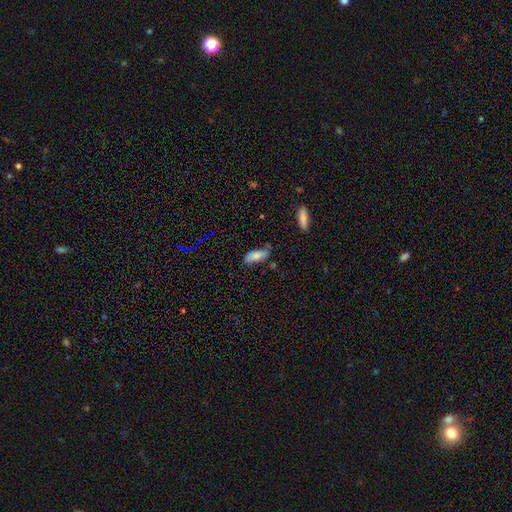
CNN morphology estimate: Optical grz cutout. It shows a smooth galaxy with no disk features (77%) that is in between round and cigar-shaped (79%). Merging: none (64%).